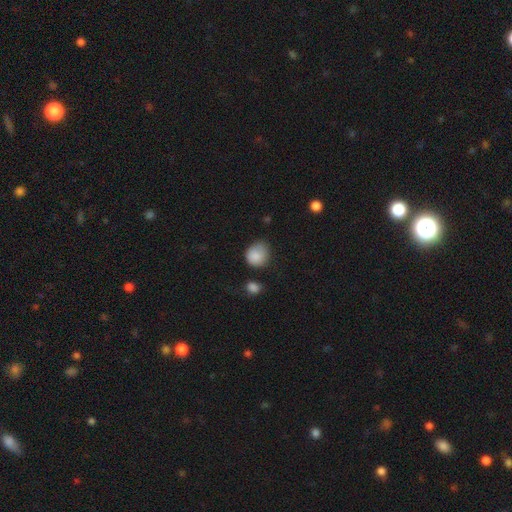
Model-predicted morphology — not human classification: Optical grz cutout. It shows a smooth galaxy with no disk features (85%) that is round (71%). Merging: none (51%).